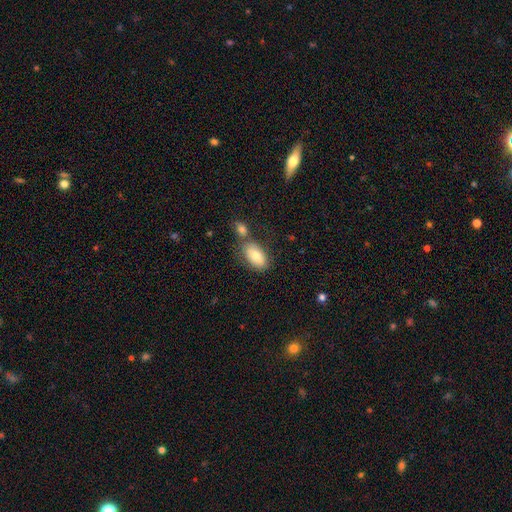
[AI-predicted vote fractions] Smooth or featured?
  - smooth: 75% *
  - featured or disk: 19%
  - star or artifact: 7%
How rounded?
  - in between: 93% *
  - round: 5%
  - cigar-shaped: 2%
Merging?
  - none: 57% *
  - merger: 25%
  - minor disturbance: 14%
  - major disturbance: 5%